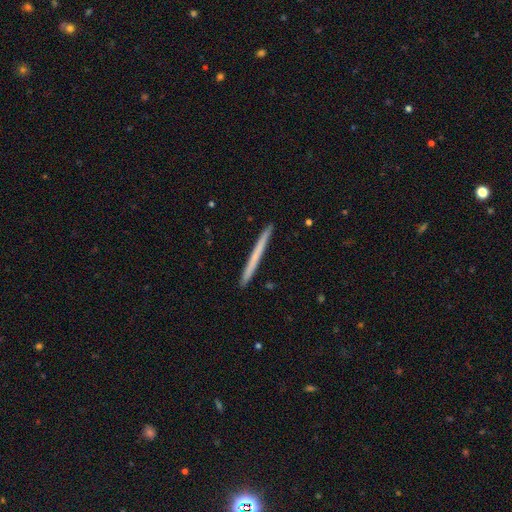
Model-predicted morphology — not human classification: This appears to be a smooth galaxy with no disk features (56%) that is cigar-shaped (98%). Merging: none (93%).